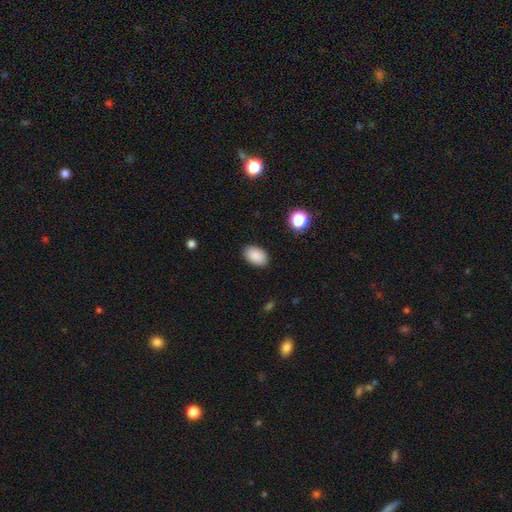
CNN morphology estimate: smooth-or-featured: smooth: 88% | star or artifact: 8% | featured or disk: 3%
  how-rounded: in between: 89% | round: 10% | cigar-shaped: 1%
  merging: none: 88% | minor disturbance: 9% | major disturbance: 2% | merger: 1%